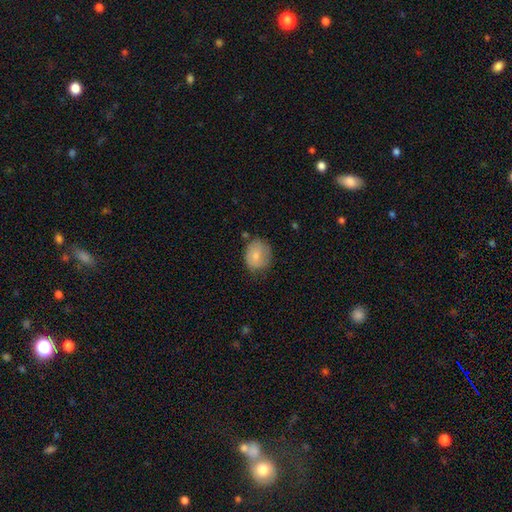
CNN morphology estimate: This appears to be a smooth galaxy with no disk features (75%) that is round (60%). Merging: none (63%).